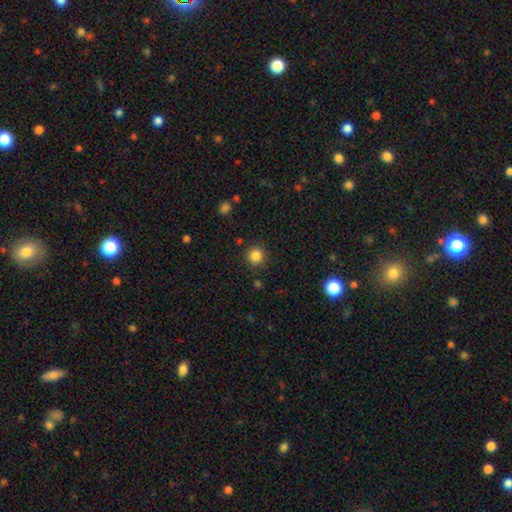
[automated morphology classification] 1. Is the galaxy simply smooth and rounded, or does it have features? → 84% smooth, 12% star or artifact, 4% featured or disk.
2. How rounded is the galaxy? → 93% round, 6% in between, 1% cigar-shaped.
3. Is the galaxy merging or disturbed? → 88% none, 8% minor disturbance, 3% major disturbance, 2% merger.